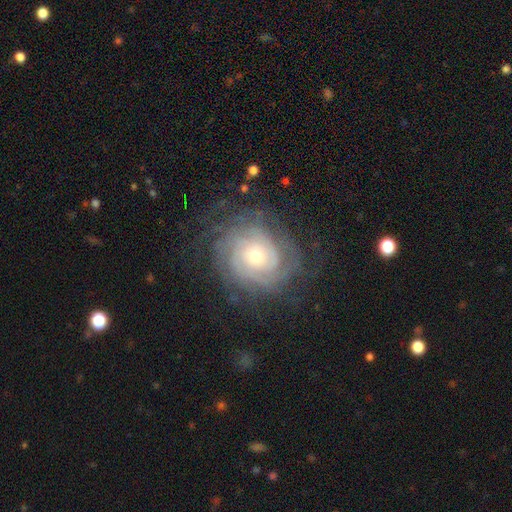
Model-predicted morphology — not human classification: type=featured or disk (83%); edge-on=no (97%); bar=no (78%); spiral arms=yes (95%); winding=tight (77%); arm count=can't tell (40%); bulge=moderate (48%); merging=none (74%).